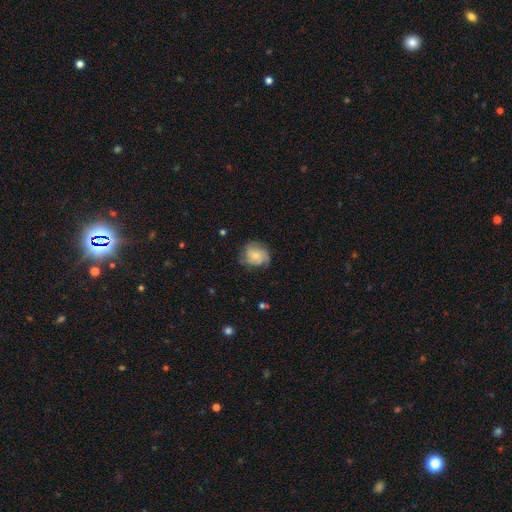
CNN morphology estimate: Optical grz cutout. It shows a featured or disk galaxy (47%). Merging: none (64%).